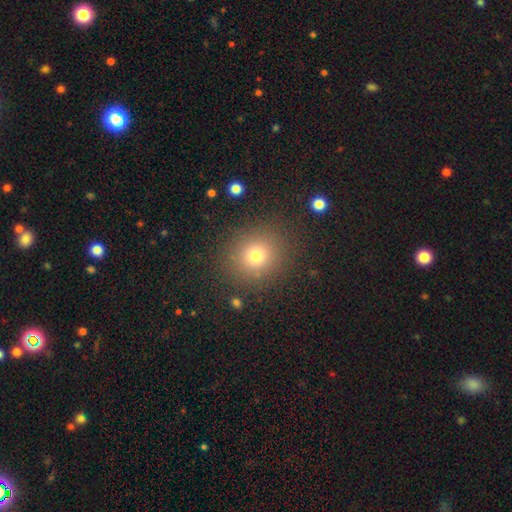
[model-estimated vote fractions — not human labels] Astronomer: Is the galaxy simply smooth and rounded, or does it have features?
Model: smooth — 74%.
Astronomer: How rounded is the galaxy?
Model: round — 84%.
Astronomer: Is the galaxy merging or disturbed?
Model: none — 86%.